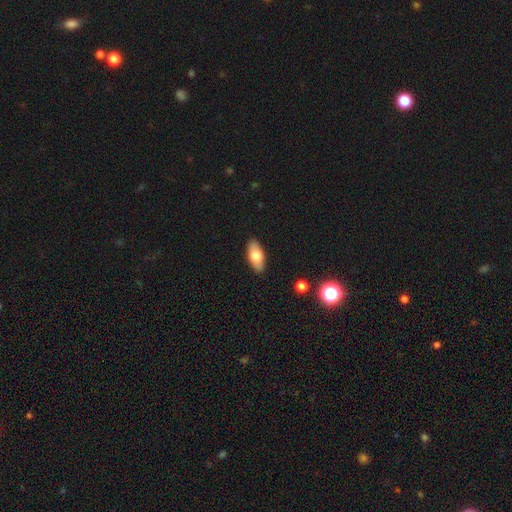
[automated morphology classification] smooth-or-featured: smooth: 74% | featured or disk: 20% | star or artifact: 6%
  how-rounded: in between: 86% | cigar-shaped: 11% | round: 3%
  merging: none: 89% | minor disturbance: 8% | major disturbance: 2% | merger: 1%